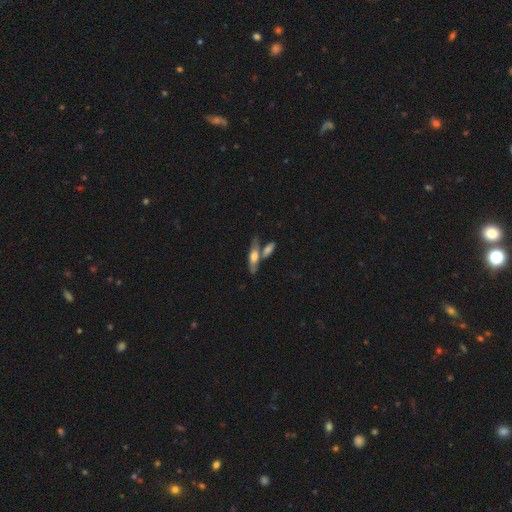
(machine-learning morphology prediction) Smooth or featured? featured or disk (49%)
Merging? none (55%)